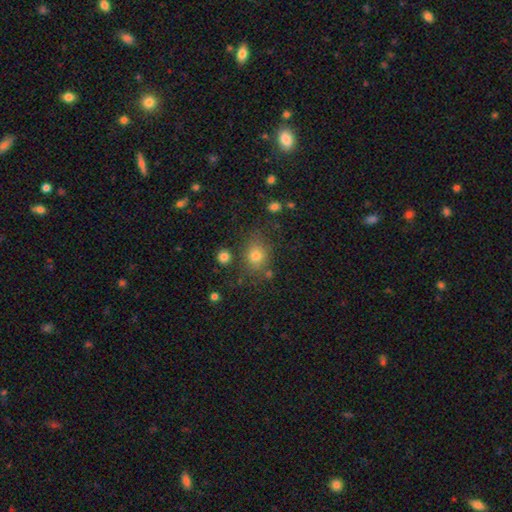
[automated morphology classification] Overall: smooth (76%). How rounded: round (58%; in between 41%). Merging: none (73%).